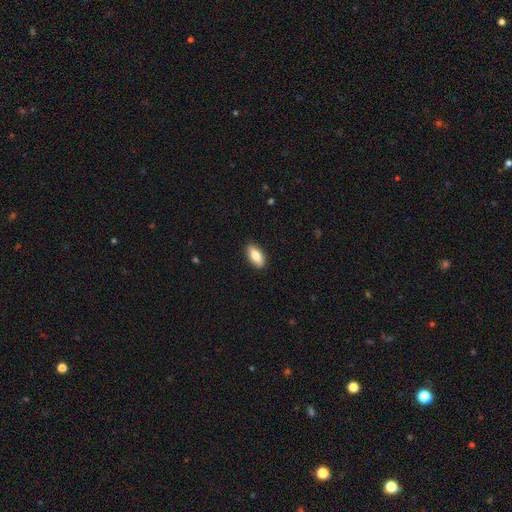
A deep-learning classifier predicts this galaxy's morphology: smooth 81%, featured or disk 13%, star or artifact 6%. Down the decision tree: how rounded — in between (86%); merging — none (88%).